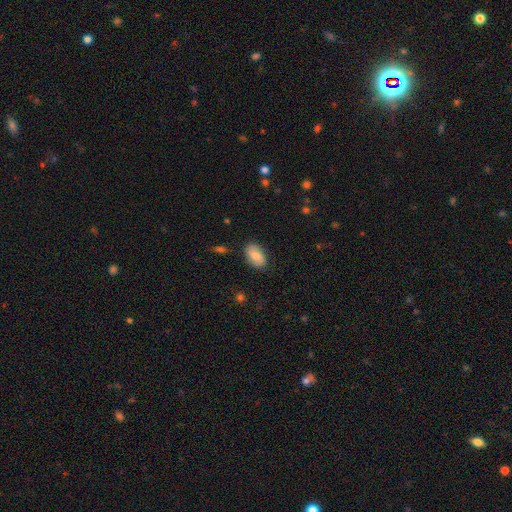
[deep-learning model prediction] Overall: smooth (76%). How rounded: in between (91%). Merging: none (82%).